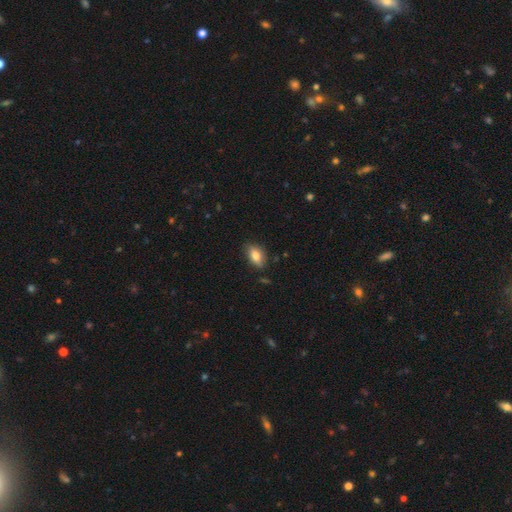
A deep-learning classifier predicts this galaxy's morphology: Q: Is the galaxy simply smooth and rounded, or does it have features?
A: smooth — 80%.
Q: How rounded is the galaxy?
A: in between — 87%.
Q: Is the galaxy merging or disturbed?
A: none — 79%.